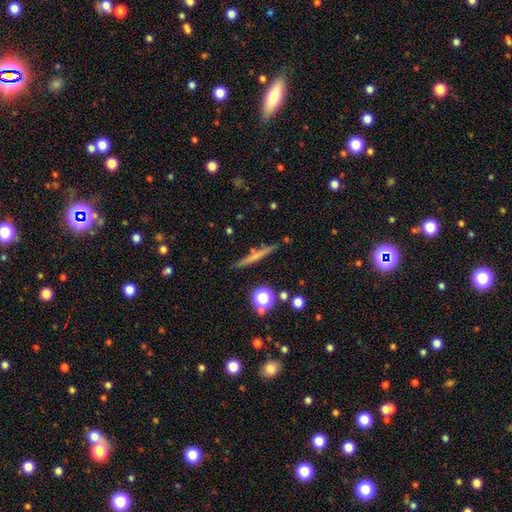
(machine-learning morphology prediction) This is possibly a smooth galaxy (56%). How rounded: clearly cigar-shaped (91%). Merging: clearly none (85%).